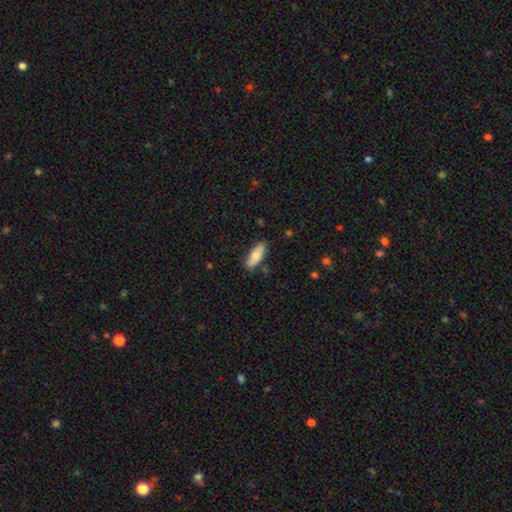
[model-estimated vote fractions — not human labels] Smooth or featured: smooth — 74% (featured or disk — 20%)
How rounded: in between — 62% (cigar-shaped — 36%)
Merging: none — 83% (minor disturbance — 12%)